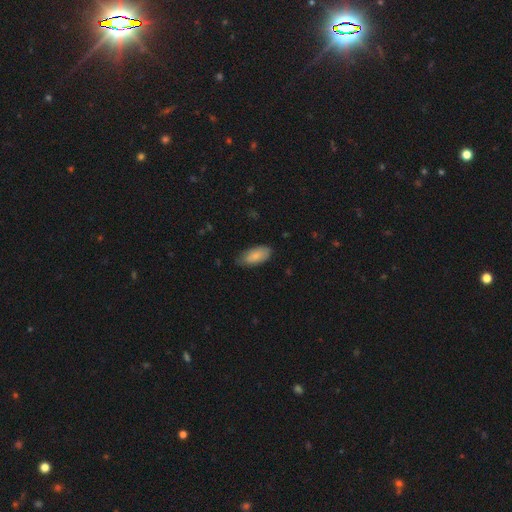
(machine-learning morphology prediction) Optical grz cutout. It shows a smooth galaxy with no disk features (84%) that is in between round and cigar-shaped (91%). Merging: none (71%).